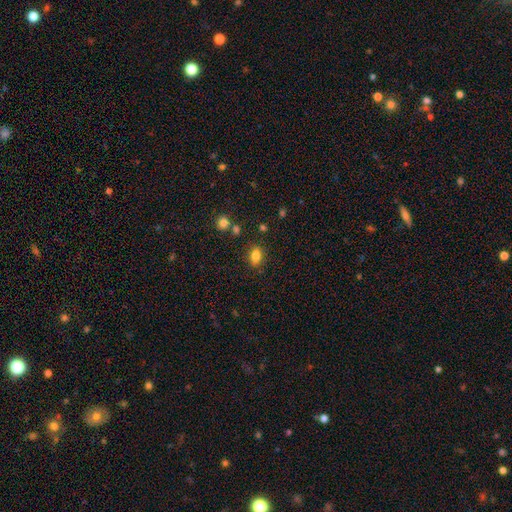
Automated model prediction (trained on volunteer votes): A smooth galaxy with no disk features (84%) that is in between round and cigar-shaped (80%).

Vote fractions:
- Smooth or featured? smooth: 84% / star or artifact: 10% / featured or disk: 6%
- How rounded? in between: 80% / round: 17% / cigar-shaped: 3%
- Merging? none: 83% / minor disturbance: 11% / merger: 4% / major disturbance: 3%